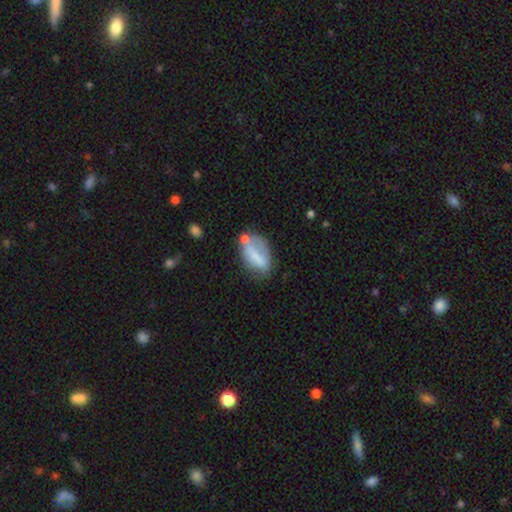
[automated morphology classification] Smooth or featured? Predicted: smooth (p=0.63). How rounded? Predicted: in between (p=0.84). Merging? Predicted: none (p=0.41).